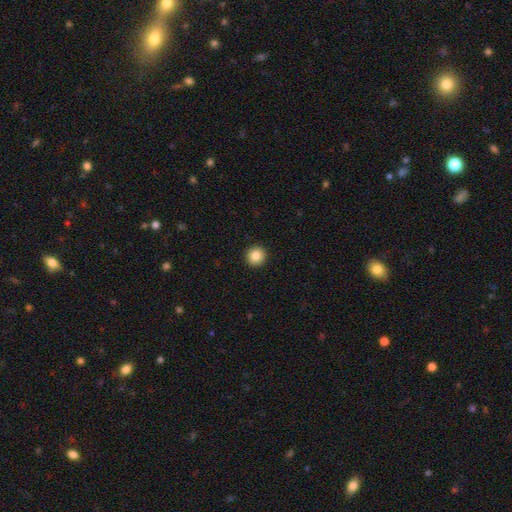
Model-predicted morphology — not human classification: Q: Smooth or featured?
A: smooth (85%); runner-up: star or artifact (9%)
Q: How rounded?
A: round (95%); runner-up: in between (4%)
Q: Merging?
A: none (94%); runner-up: minor disturbance (4%)